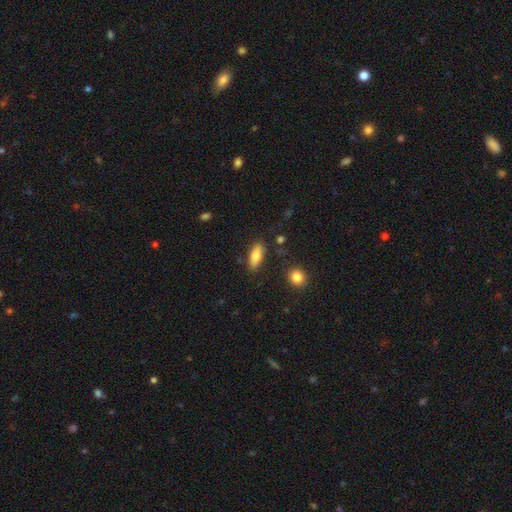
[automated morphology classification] A smooth galaxy with no disk features (79%) that is in between round and cigar-shaped (75%). Merging: none (82%).